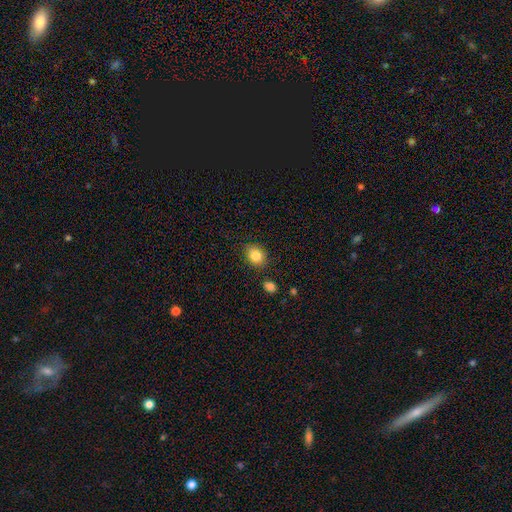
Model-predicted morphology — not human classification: Q: Smooth or featured?
A: smooth (84%); runner-up: star or artifact (9%)
Q: How rounded?
A: round (53%); runner-up: in between (46%)
Q: Merging?
A: none (82%); runner-up: minor disturbance (12%)